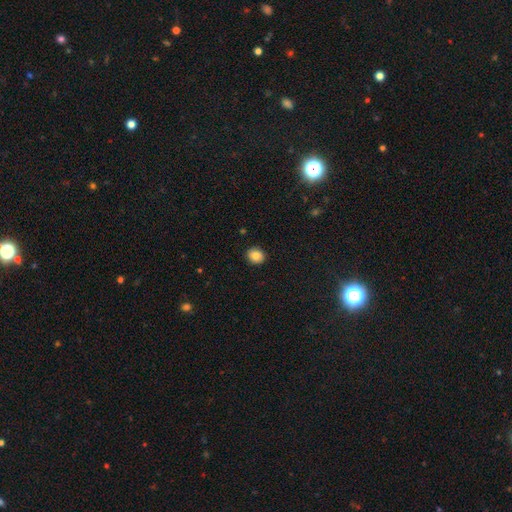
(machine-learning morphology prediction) type=smooth (85%); roundness=round (73%); merging=none (91%).